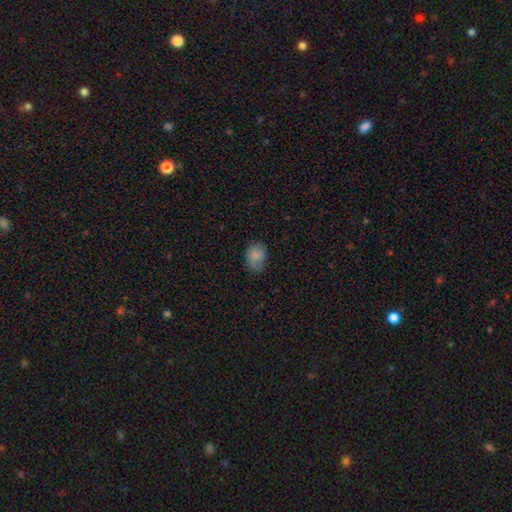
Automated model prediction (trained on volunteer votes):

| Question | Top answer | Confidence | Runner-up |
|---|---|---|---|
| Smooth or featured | smooth | 80% | featured or disk (12%) |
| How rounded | in between | 75% | round (24%) |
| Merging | none | 67% | minor disturbance (25%) |